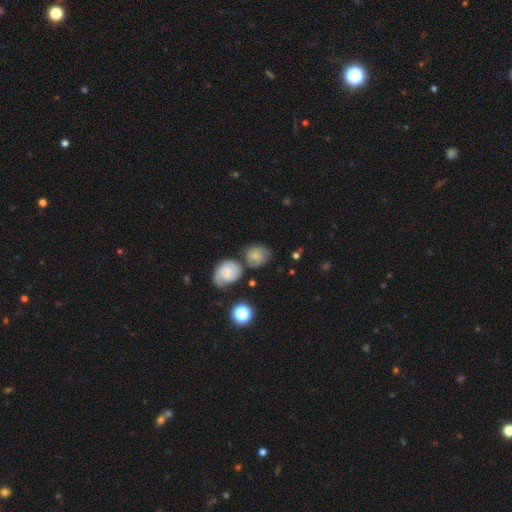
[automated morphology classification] The model was most divided on "smooth or featured" (2-way tie): smooth: 45%, featured or disk: 45%, star or artifact: 10%. More confident: merging — none (52%).